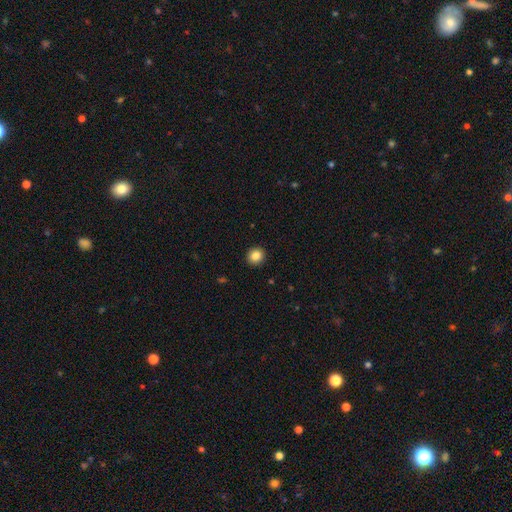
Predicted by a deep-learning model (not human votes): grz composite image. It shows a smooth galaxy with no disk features (85%) that is round (88%). Merging: none (92%).